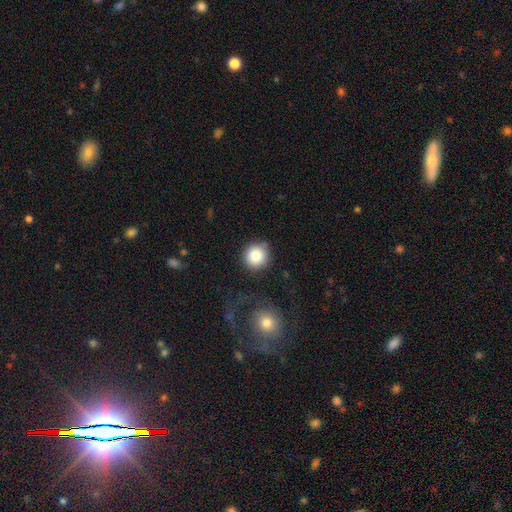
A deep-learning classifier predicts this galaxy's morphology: The model was most divided on "merging": none: 77%, minor disturbance: 12%, major disturbance: 6%, merger: 5%. More confident: how rounded — round (94%); smooth or featured — smooth (85%).